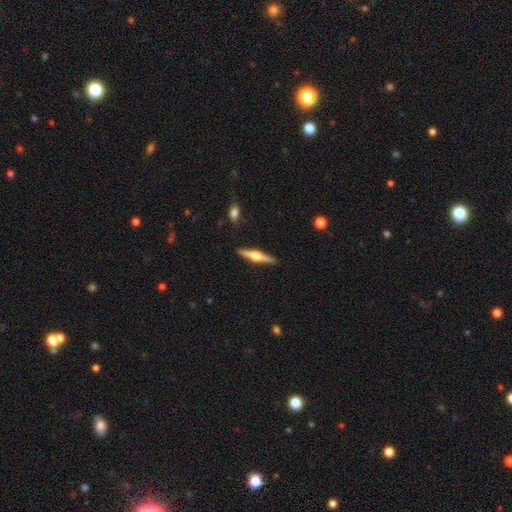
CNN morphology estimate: Smooth or featured? featured or disk (68%)
Edge-on disk? yes (98%)
Edge-on bulge? rounded (92%)
Merging? none (90%)